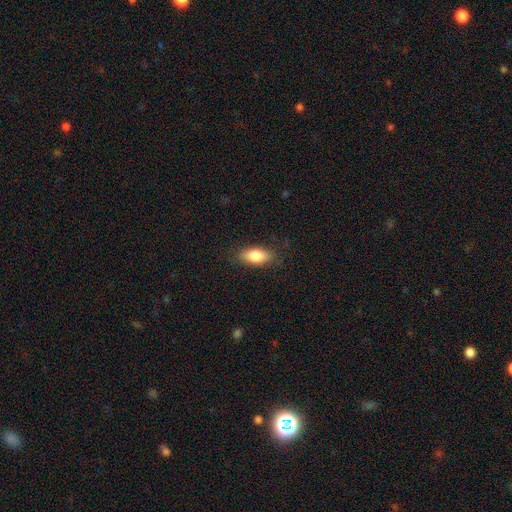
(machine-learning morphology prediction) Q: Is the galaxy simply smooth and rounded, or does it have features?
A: smooth — 84%.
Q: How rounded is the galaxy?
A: in between — 86%.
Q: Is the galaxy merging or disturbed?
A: none — 84%.